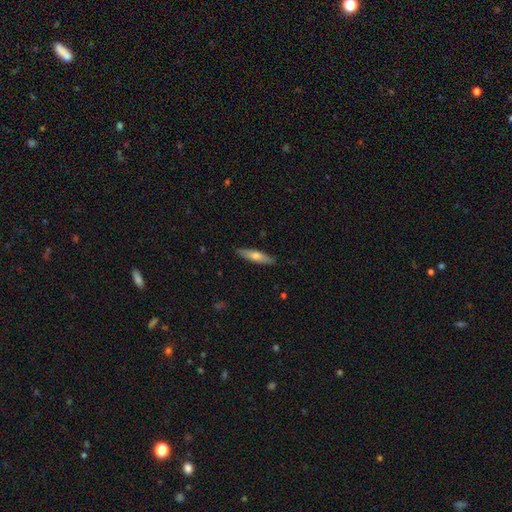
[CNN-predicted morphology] Smooth or featured: smooth — 62% (featured or disk — 33%)
How rounded: cigar-shaped — 75% (in between — 24%)
Merging: none — 89% (minor disturbance — 8%)